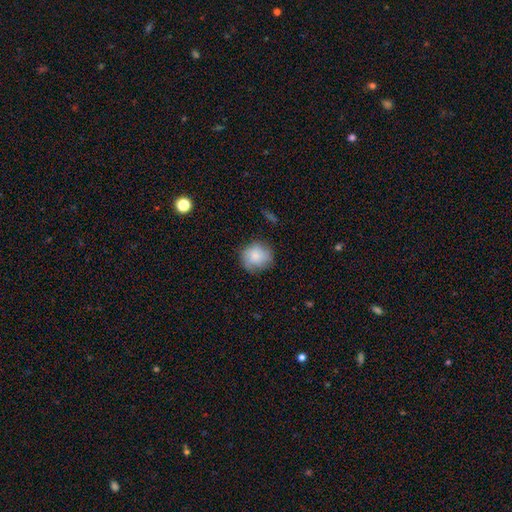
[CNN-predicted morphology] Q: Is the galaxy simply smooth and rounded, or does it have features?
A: smooth — 82%.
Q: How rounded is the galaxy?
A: round — 85%.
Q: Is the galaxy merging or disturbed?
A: none — 75%.